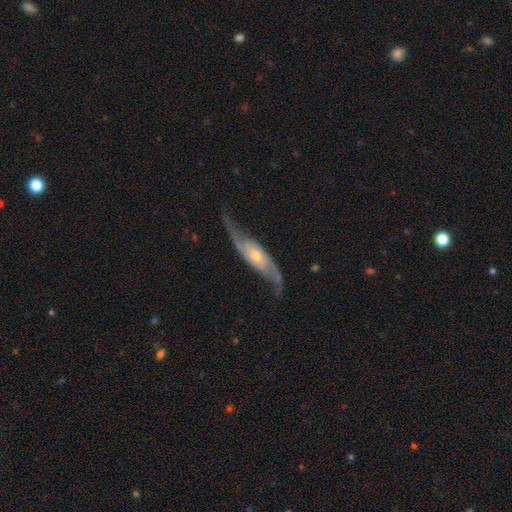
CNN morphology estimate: The model was most divided on "bulge size": small: 47%, moderate: 46%, large: 3%, none: 2%, dominant: 1%. More confident: spiral arms — yes (96%); spiral arm count — 2 (91%); smooth or featured — featured or disk (87%); edge-on disk — no (83%); merging — none (72%); bar — no (58%); spiral winding — loose (56%).